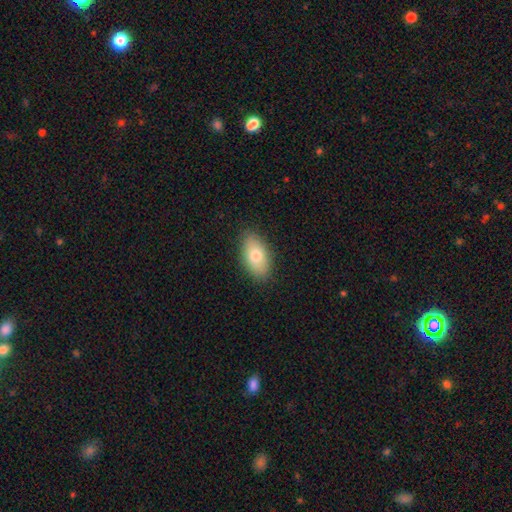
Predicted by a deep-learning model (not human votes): Smooth or featured? smooth (76%)
How rounded? in between (92%)
Merging? none (87%)